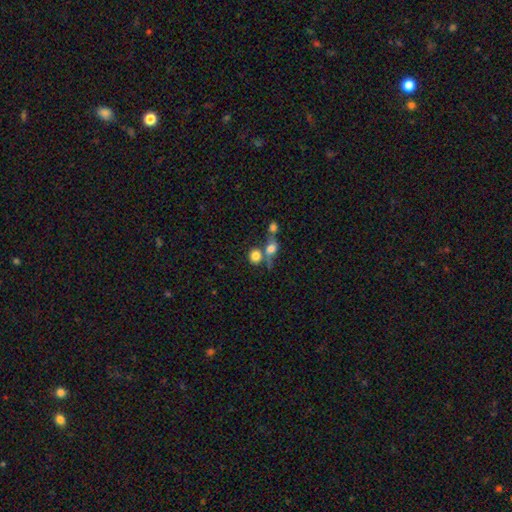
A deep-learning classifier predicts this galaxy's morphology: A smooth galaxy with no disk features (78%) that is round (80%).

Vote fractions:
- Smooth or featured? smooth: 78% / star or artifact: 11% / featured or disk: 11%
- How rounded? round: 80% / in between: 19% / cigar-shaped: 2%
- Merging? none: 44% / merger: 41% / minor disturbance: 9% / major disturbance: 6%